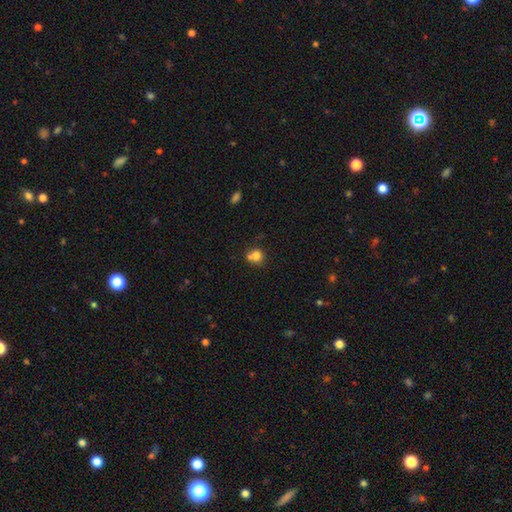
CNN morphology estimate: Smooth or featured? smooth (78%)
How rounded? round (80%)
Merging? none (49%)